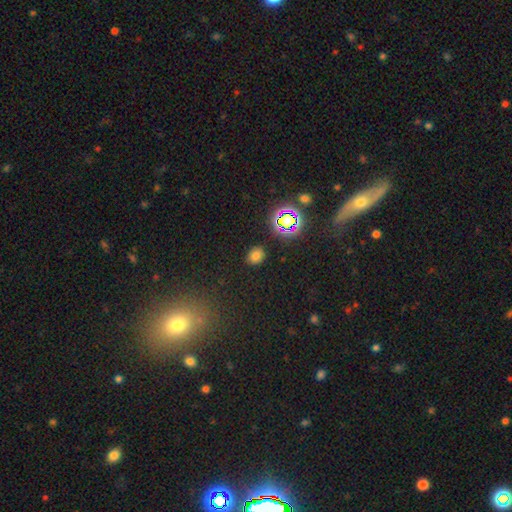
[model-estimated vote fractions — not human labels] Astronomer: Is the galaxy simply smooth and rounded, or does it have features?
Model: smooth — 72%.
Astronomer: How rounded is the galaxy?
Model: round — 57% (runner-up: in between, 41%).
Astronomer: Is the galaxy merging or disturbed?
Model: none — 87%.